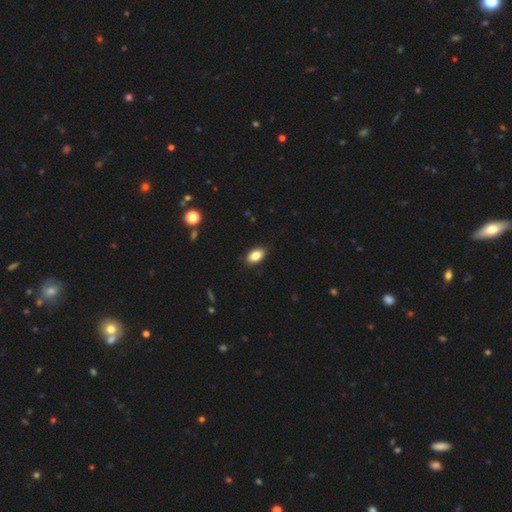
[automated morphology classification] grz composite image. It shows a smooth galaxy with no disk features (85%) that is in between round and cigar-shaped (91%). Merging: none (88%).